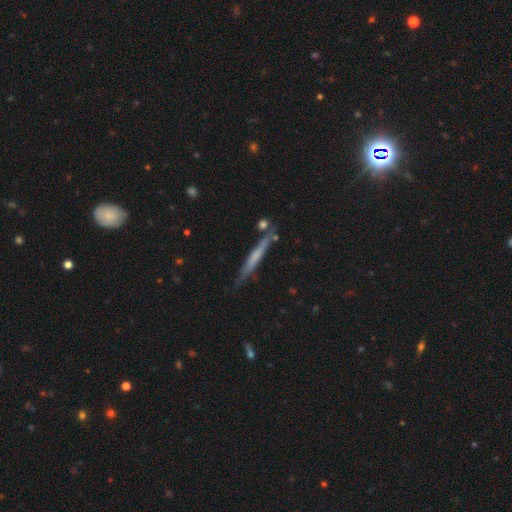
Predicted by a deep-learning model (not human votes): Smooth or featured? Predicted: featured or disk (p=0.51). Edge-on disk? Predicted: yes (p=0.95). Merging? Predicted: none (p=0.79).